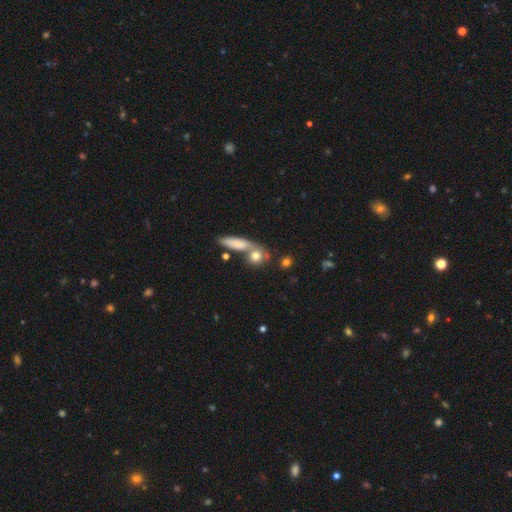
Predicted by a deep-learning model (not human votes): Smooth or featured?
  - smooth: 77% *
  - featured or disk: 14%
  - star or artifact: 10%
How rounded?
  - round: 60% *
  - in between: 26%
  - cigar-shaped: 15%
Merging?
  - none: 54% *
  - merger: 30%
  - minor disturbance: 11%
  - major disturbance: 5%